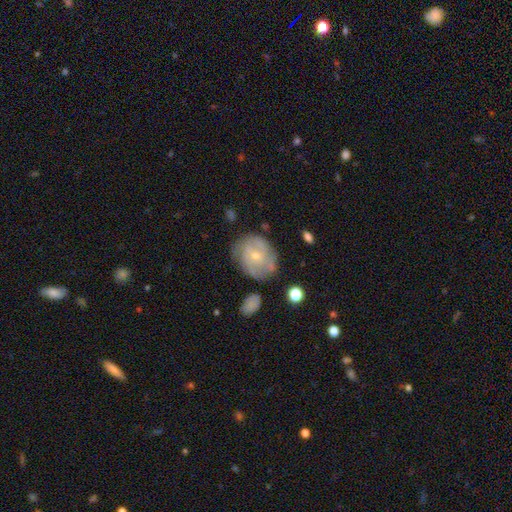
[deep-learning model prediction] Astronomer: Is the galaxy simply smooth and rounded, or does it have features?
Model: featured or disk — 56% (runner-up: smooth, 37%).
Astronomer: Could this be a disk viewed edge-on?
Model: no — 97%.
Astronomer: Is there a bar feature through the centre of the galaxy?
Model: no — 72%.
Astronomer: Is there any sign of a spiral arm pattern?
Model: yes — 67%.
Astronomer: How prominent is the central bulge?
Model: small — 71%.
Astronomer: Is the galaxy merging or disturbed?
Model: none — 60%.